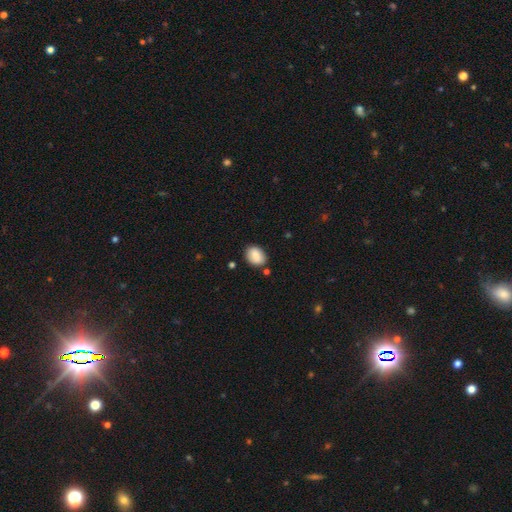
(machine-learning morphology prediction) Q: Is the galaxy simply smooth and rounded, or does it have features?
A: smooth — 81%.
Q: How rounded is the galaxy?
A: in between — 68%.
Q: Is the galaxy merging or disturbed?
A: none — 79%.